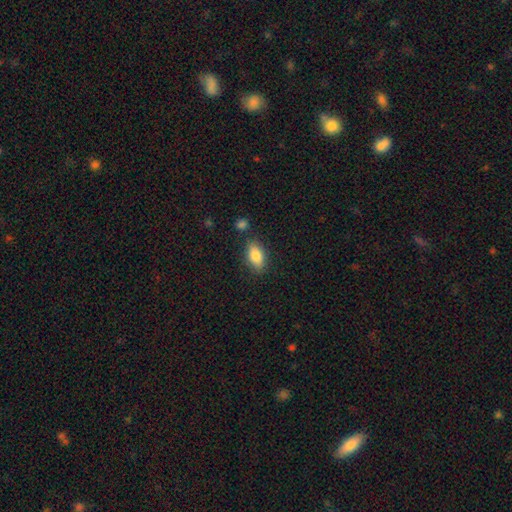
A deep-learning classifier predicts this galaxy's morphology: A smooth galaxy with no disk features (84%) that is in between round and cigar-shaped (89%). Merging: none (79%).